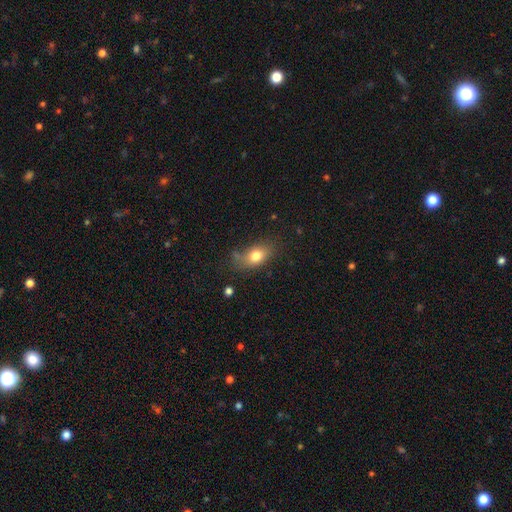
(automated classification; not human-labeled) smooth_or_featured: smooth (p=0.77) [alt: featured or disk p=0.14]
how_rounded: in between (p=0.81) [alt: round p=0.15]
merging: none (p=0.63) [alt: minor disturbance p=0.24]